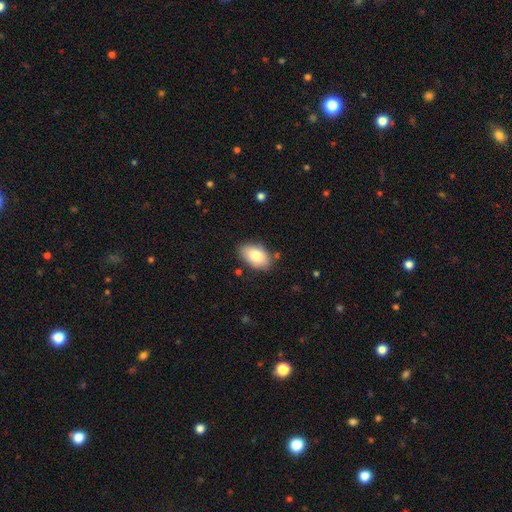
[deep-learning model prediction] Overall: smooth (80%). How rounded: in between (92%). Merging: none (80%).